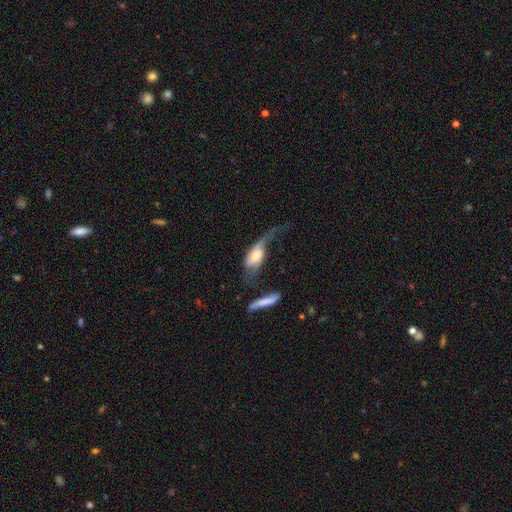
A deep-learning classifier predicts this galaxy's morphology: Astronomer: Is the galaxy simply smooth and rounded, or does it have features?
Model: featured or disk — 51% (runner-up: smooth, 42%).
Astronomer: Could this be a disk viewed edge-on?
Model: no — 81%.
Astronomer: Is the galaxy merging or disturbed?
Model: major disturbance — 53%.